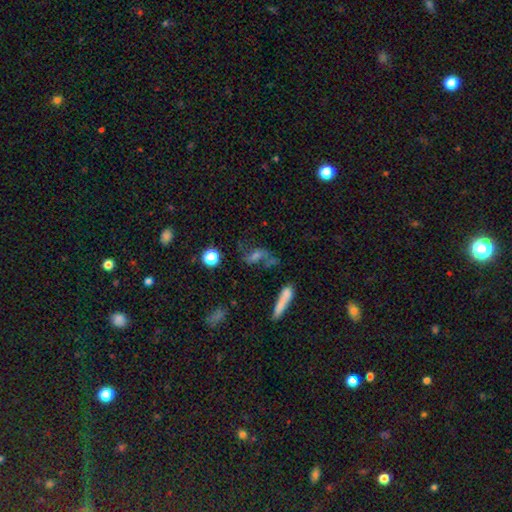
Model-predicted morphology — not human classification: featured or disk 45%, smooth 36%, star or artifact 20%. Down the decision tree: merging — none (51%).